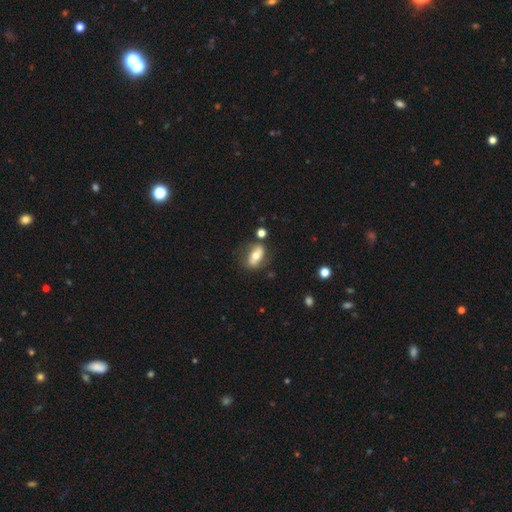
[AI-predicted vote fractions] Smooth or featured? Predicted: smooth (p=0.52). How rounded? Predicted: in between (p=0.82). Merging? Predicted: none (p=0.67).